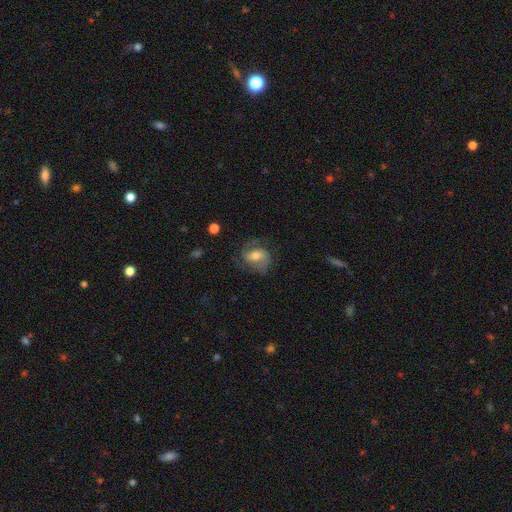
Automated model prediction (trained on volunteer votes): Smooth or featured: featured or disk — 65% (smooth — 27%)
Edge-on disk: no — 97% (yes — 3%)
Bar: weak — 42% (no — 39%)
Spiral arms: yes — 90% (no — 10%)
Spiral winding: medium — 51% (loose — 26%)
Spiral arm count: 2 — 80% (can't tell — 9%)
Bulge size: moderate — 61% (small — 26%)
Merging: none — 64% (minor disturbance — 19%)